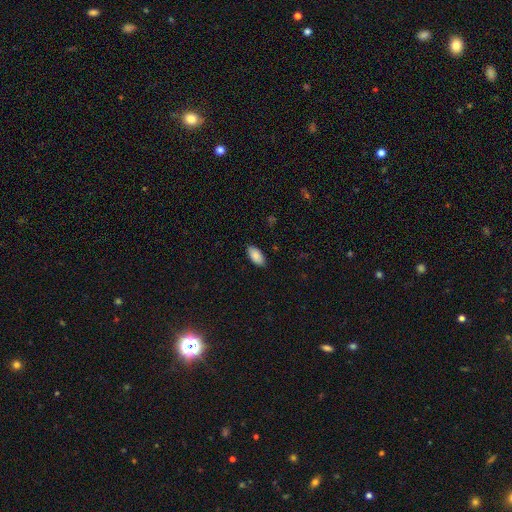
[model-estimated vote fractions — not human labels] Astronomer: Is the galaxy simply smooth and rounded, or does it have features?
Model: smooth — 87%.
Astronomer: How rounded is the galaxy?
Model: in between — 94%.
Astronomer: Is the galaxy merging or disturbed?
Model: none — 87%.